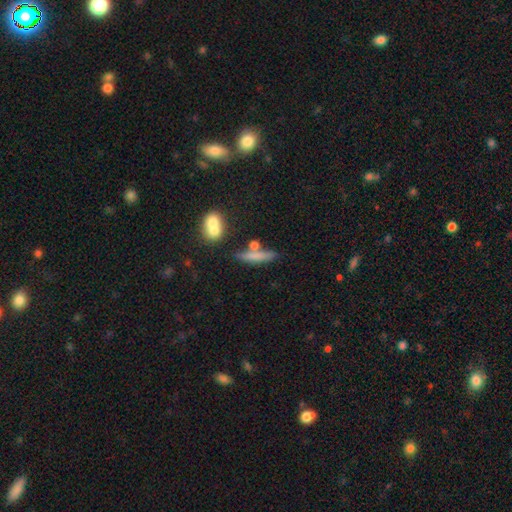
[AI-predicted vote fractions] A smooth galaxy with no disk features (64%) that is cigar-shaped (83%).

Vote fractions:
- Smooth or featured? smooth: 64% / featured or disk: 27% / star or artifact: 9%
- How rounded? cigar-shaped: 83% / in between: 13% / round: 4%
- Merging? none: 65% / merger: 16% / minor disturbance: 14% / major disturbance: 5%